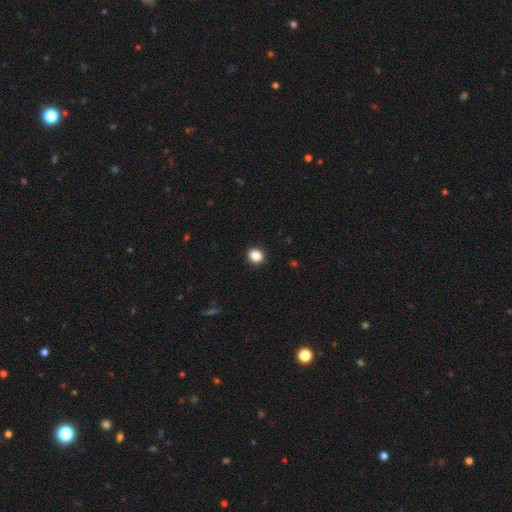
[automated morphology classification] Smooth or featured? Predicted: smooth (p=0.87). How rounded? Predicted: round (p=0.72). Merging? Predicted: none (p=0.92).